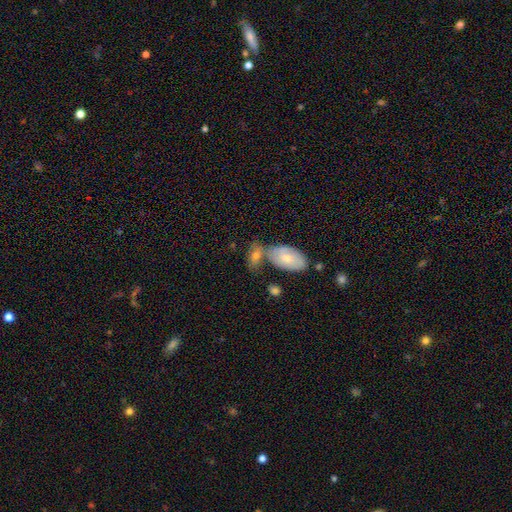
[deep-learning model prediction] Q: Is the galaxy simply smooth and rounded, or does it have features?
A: smooth — 69%.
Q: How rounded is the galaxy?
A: in between — 84%.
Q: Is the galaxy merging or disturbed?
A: merger — 43%.